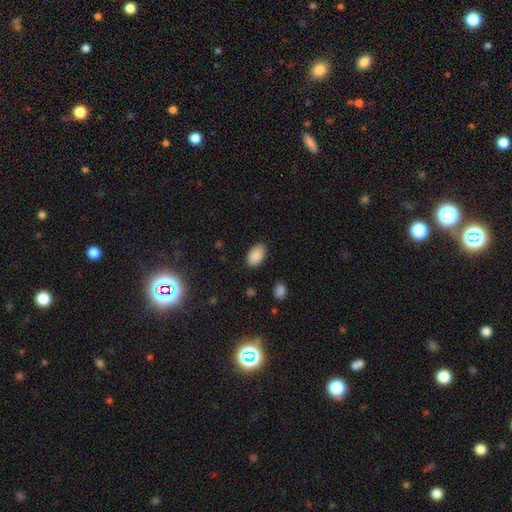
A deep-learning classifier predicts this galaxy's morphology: smooth_or_featured: smooth (p=0.89) [alt: star or artifact p=0.08]
how_rounded: in between (p=0.90) [alt: round p=0.09]
merging: none (p=0.86) [alt: minor disturbance p=0.10]